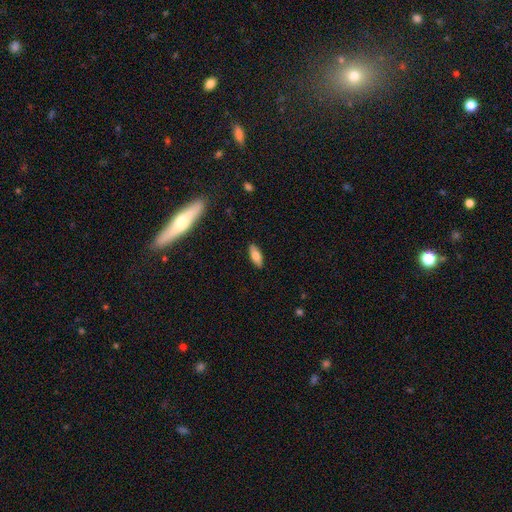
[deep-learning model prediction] A smooth galaxy with no disk features (77%) that is in between round and cigar-shaped (76%). Merging: none (89%).